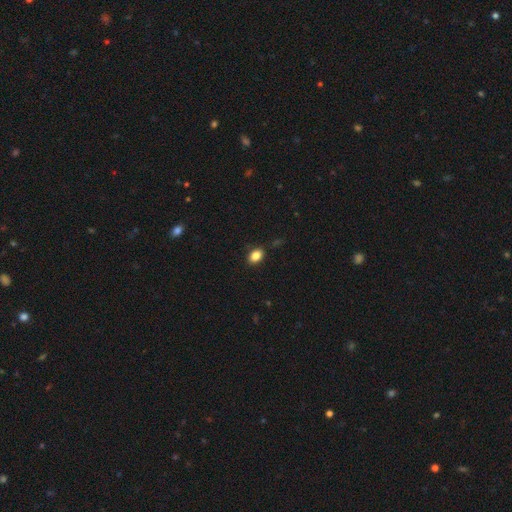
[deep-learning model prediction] Smooth or featured? smooth (85%)
How rounded? in between (78%)
Merging? none (84%)